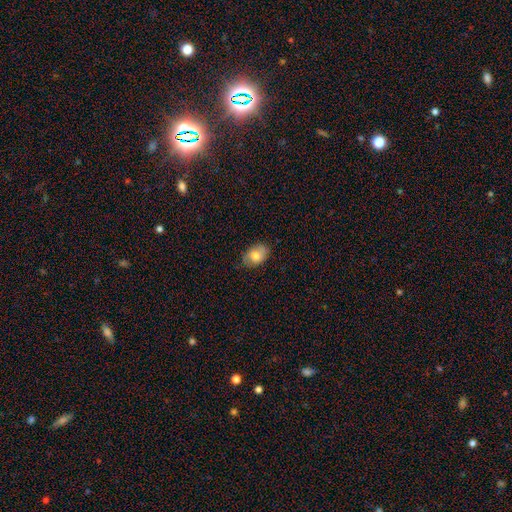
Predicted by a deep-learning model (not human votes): This is likely a smooth galaxy (73%). How rounded: clearly in between (85%). Merging: likely none (79%).